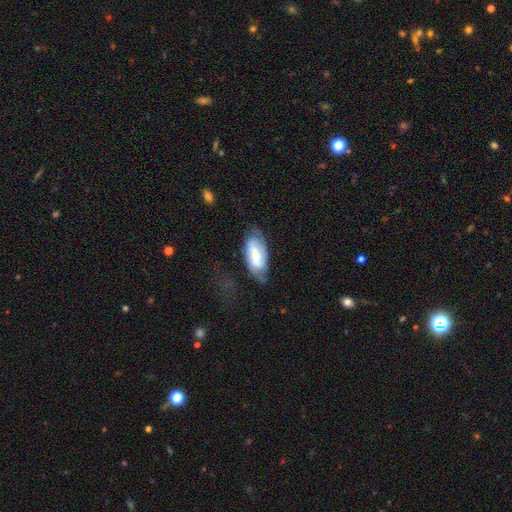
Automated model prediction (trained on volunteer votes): A featured or disk galaxy (48%).

Vote fractions:
- Smooth or featured? featured or disk: 48% / smooth: 45% / star or artifact: 7%
- Merging? none: 50% / minor disturbance: 29% / major disturbance: 18% / merger: 2%